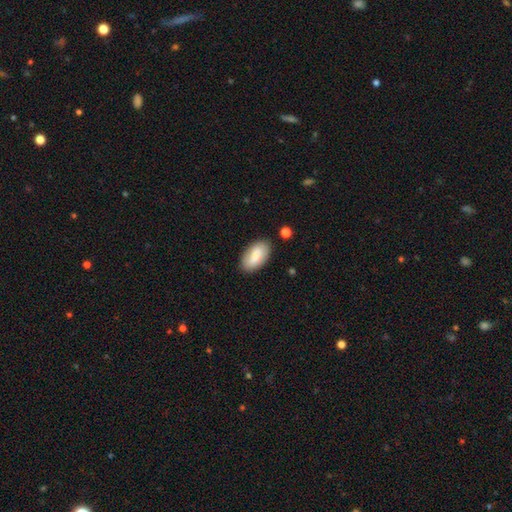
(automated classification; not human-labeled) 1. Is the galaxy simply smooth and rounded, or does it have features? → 78% smooth, 15% featured or disk, 7% star or artifact.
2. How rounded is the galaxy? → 93% in between, 4% cigar-shaped, 3% round.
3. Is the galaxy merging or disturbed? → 81% none, 13% minor disturbance, 3% major disturbance, 3% merger.